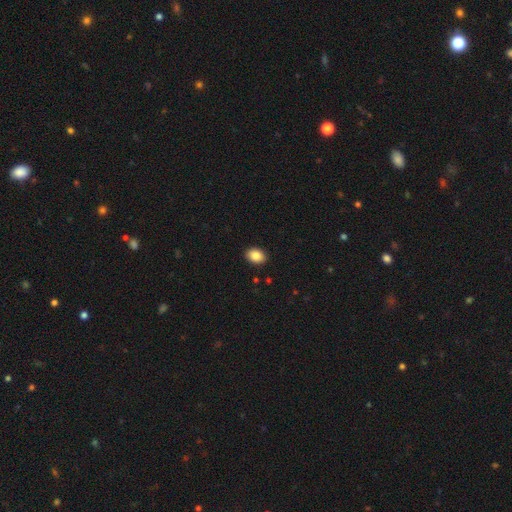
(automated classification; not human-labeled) A smooth galaxy with no disk features (87%) that is in between round and cigar-shaped (75%).

Vote fractions:
- Smooth or featured? smooth: 87% / star or artifact: 8% / featured or disk: 5%
- How rounded? in between: 75% / round: 24% / cigar-shaped: 1%
- Merging? none: 91% / minor disturbance: 6% / major disturbance: 2% / merger: 1%